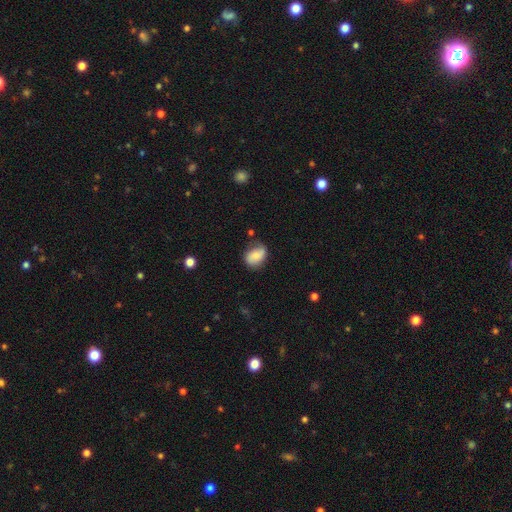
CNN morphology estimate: Overall: smooth (67%). How rounded: in between (69%; round 30%). Merging: none (57%; minor disturbance 30%).